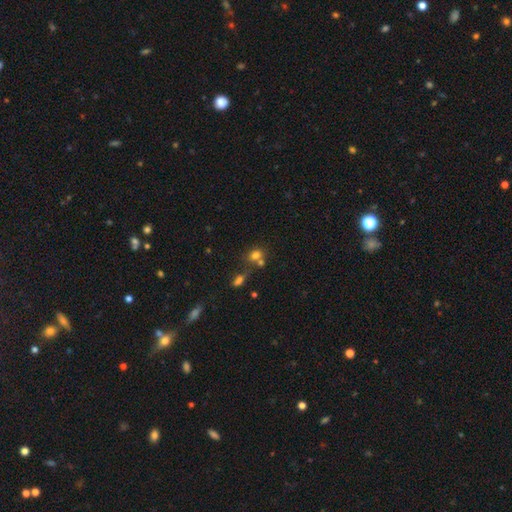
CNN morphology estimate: Q: Smooth or featured?
A: smooth (74%); runner-up: star or artifact (16%)
Q: How rounded?
A: round (57%); runner-up: in between (41%)
Q: Merging?
A: none (46%); runner-up: merger (36%)